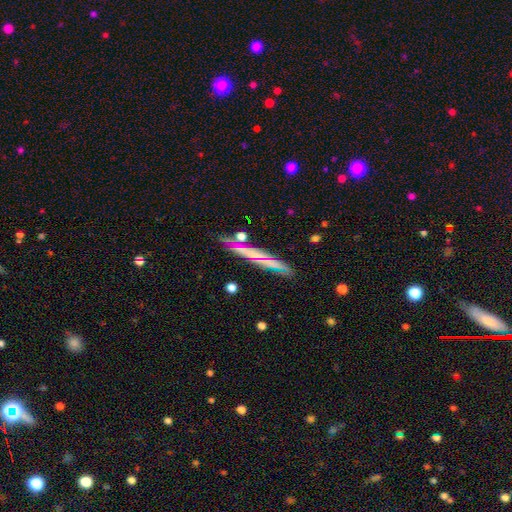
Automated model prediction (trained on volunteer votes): smooth-or-featured: featured or disk: 60% | smooth: 31% | star or artifact: 9%
  disk-edge-on: yes: 88% | no: 12%
    edge-on-bulge: none: 73% | rounded: 21% | boxy: 6%
  merging: none: 76% | minor disturbance: 15% | merger: 6% | major disturbance: 4%